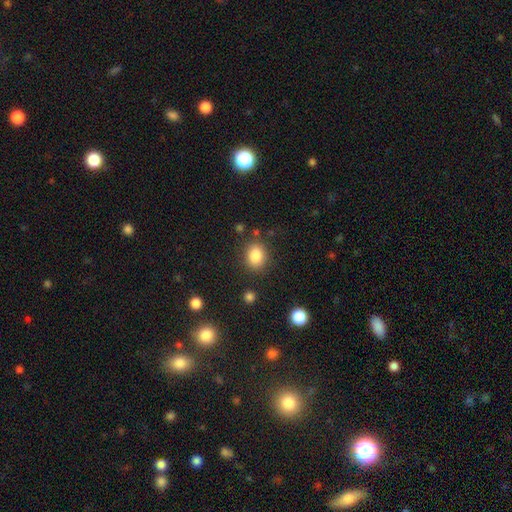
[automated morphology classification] Overall: smooth (85%). How rounded: round (57%; in between 42%). Merging: none (82%).